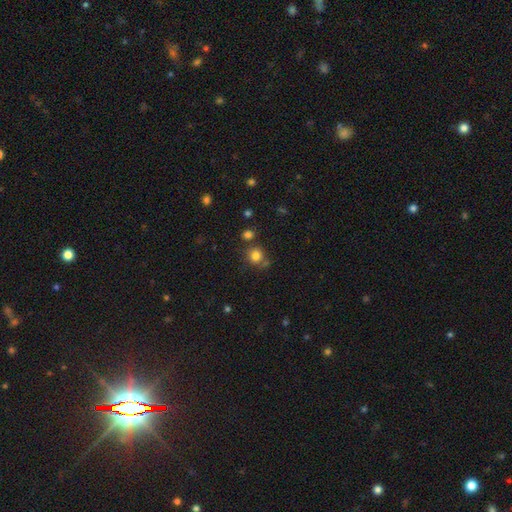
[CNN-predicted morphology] Smooth or featured: smooth — 81% (star or artifact — 13%)
How rounded: round — 88% (in between — 11%)
Merging: none — 71% (merger — 12%)